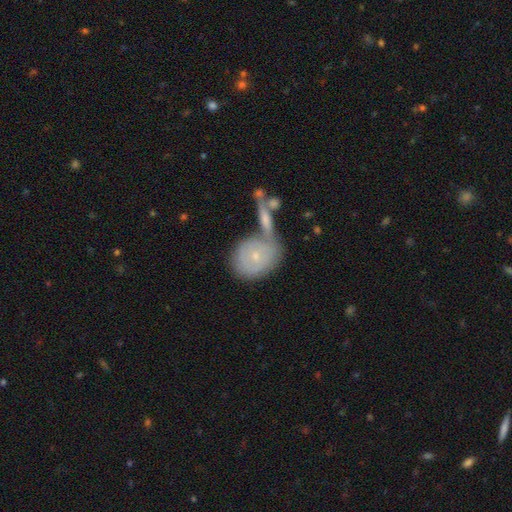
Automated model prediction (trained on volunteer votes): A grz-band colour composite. It shows a featured or disk galaxy (48%). Merging: none (46%).